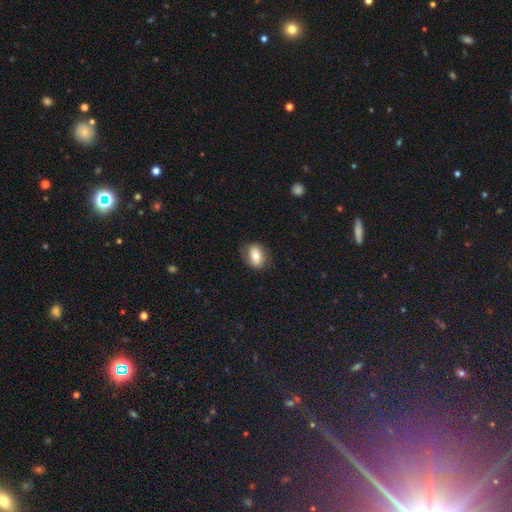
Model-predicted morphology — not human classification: Smooth or featured? smooth (68%)
How rounded? in between (76%)
Merging? none (80%)